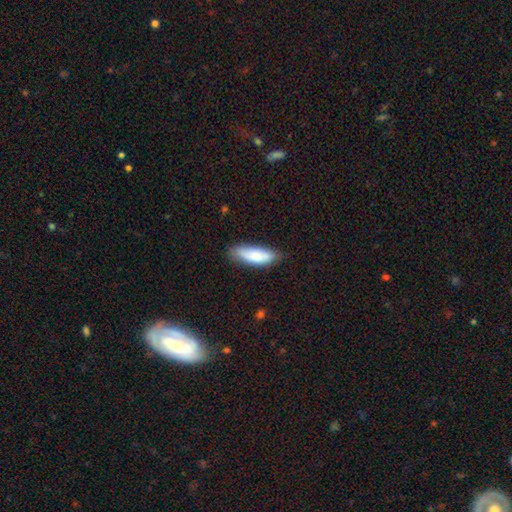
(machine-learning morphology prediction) smooth_or_featured: smooth (p=0.79) [alt: featured or disk p=0.15]
how_rounded: in between (p=0.59) [alt: cigar-shaped p=0.40]
merging: none (p=0.75) [alt: minor disturbance p=0.20]